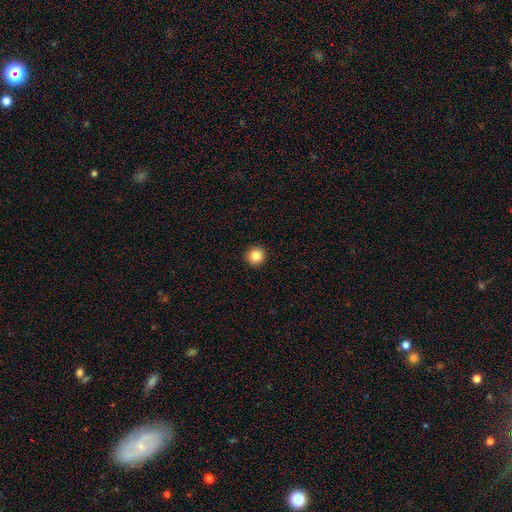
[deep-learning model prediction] Smooth or featured? Predicted: smooth (p=0.86). How rounded? Predicted: round (p=0.94). Merging? Predicted: none (p=0.92).